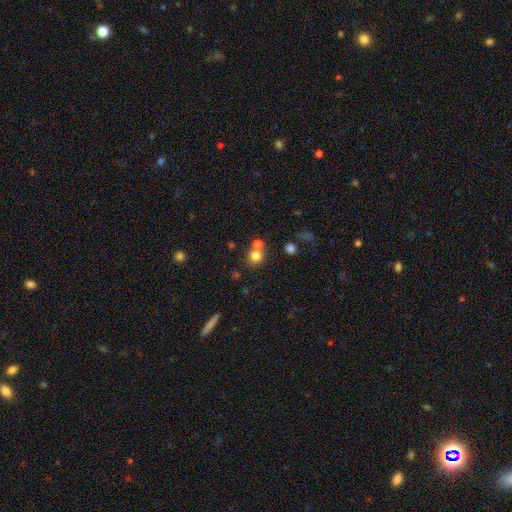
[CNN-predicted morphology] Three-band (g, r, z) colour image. It shows a smooth galaxy with no disk features (78%) that is round (85%). Merging: none (58%).